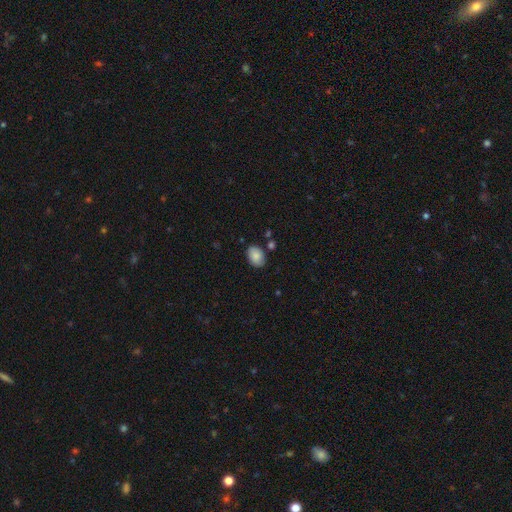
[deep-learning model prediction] Smooth or featured? Predicted: smooth (p=0.86). How rounded? Predicted: in between (p=0.82). Merging? Predicted: none (p=0.80).